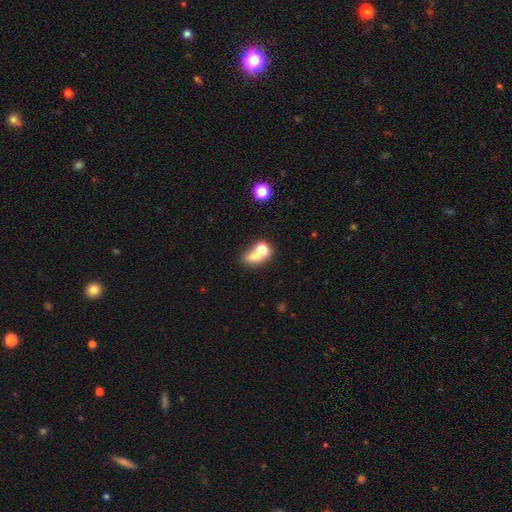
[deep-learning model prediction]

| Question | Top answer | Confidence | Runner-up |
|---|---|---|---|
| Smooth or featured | smooth | 67% | featured or disk (20%) |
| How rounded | in between | 55% | round (43%) |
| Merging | merger | 63% | none (25%) |